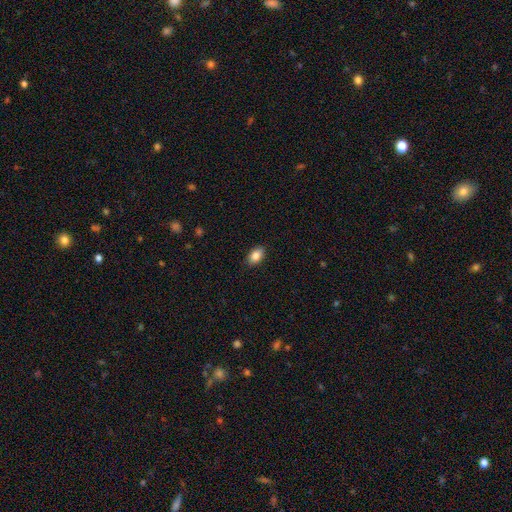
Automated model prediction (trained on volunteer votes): Morphology: type=smooth (85%); roundness=in between (89%); merging=none (88%).